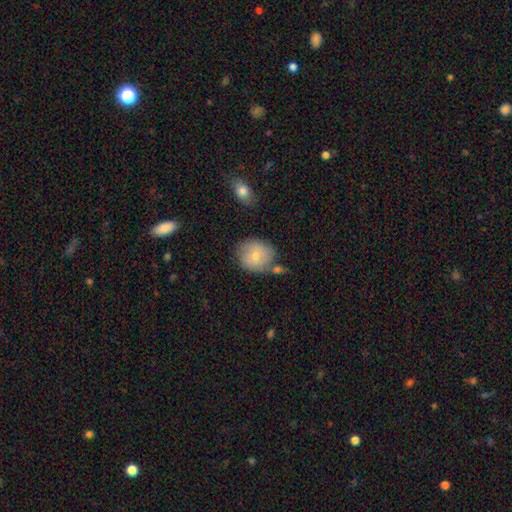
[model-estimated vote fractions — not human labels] A smooth galaxy with no disk features (73%) that is round (71%).

Vote fractions:
- Smooth or featured? smooth: 73% / featured or disk: 20% / star or artifact: 7%
- How rounded? round: 71% / in between: 28% / cigar-shaped: 1%
- Merging? none: 63% / minor disturbance: 18% / merger: 14% / major disturbance: 5%